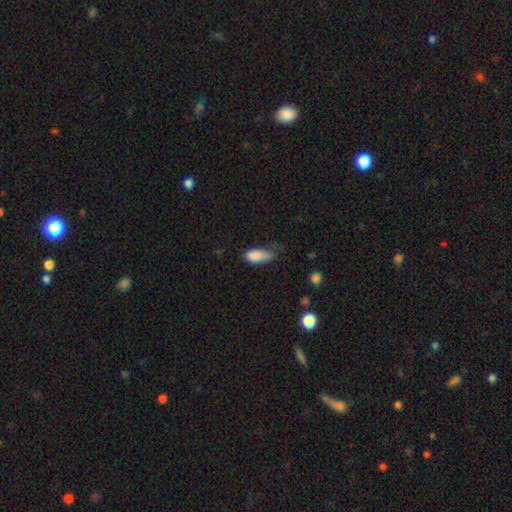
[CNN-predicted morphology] Smooth or featured?
  - smooth: 85% *
  - star or artifact: 8%
  - featured or disk: 8%
How rounded?
  - in between: 85% *
  - cigar-shaped: 12%
  - round: 3%
Merging?
  - minor disturbance: 46% *
  - none: 29%
  - major disturbance: 23%
  - merger: 3%